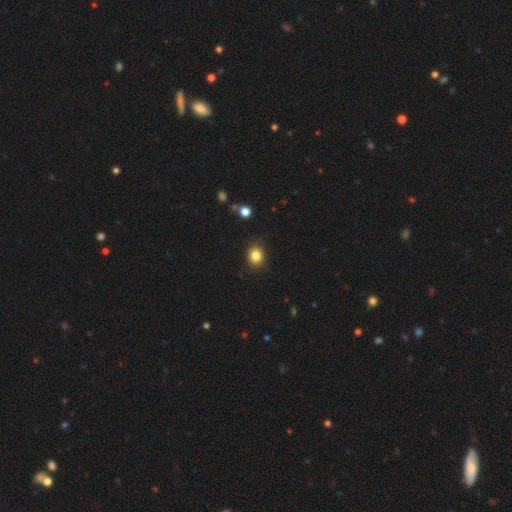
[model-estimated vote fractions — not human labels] A smooth galaxy with no disk features (84%) that is round (77%).

Vote fractions:
- Smooth or featured? smooth: 84% / star or artifact: 11% / featured or disk: 5%
- How rounded? round: 77% / in between: 22% / cigar-shaped: 1%
- Merging? none: 89% / minor disturbance: 8% / major disturbance: 2% / merger: 1%